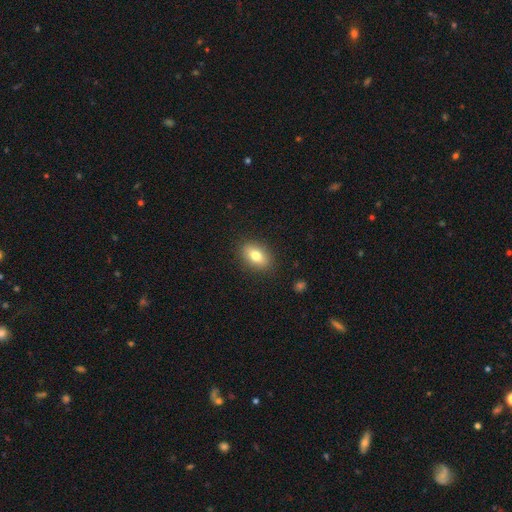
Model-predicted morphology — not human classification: type=smooth (77%); roundness=in between (83%); merging=none (88%).